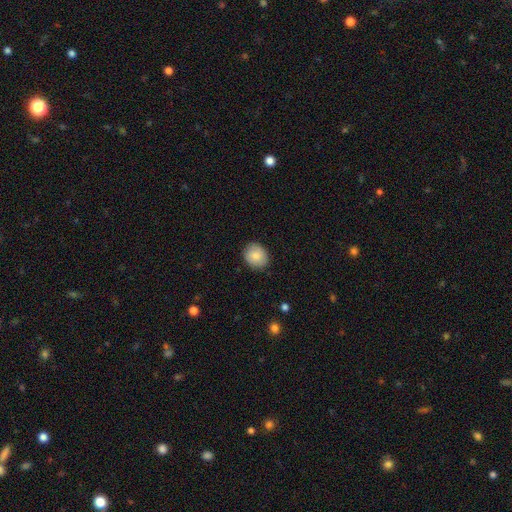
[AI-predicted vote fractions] A smooth galaxy with no disk features (82%) that is round (67%). Merging: none (86%).